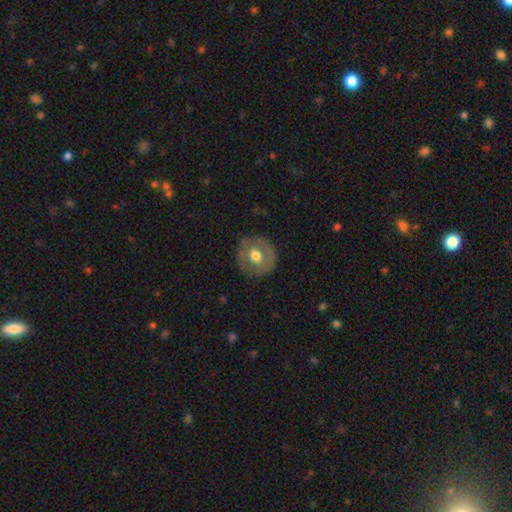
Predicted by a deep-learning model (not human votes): Overall: smooth (49%; featured or disk 44%). Merging: none (80%).